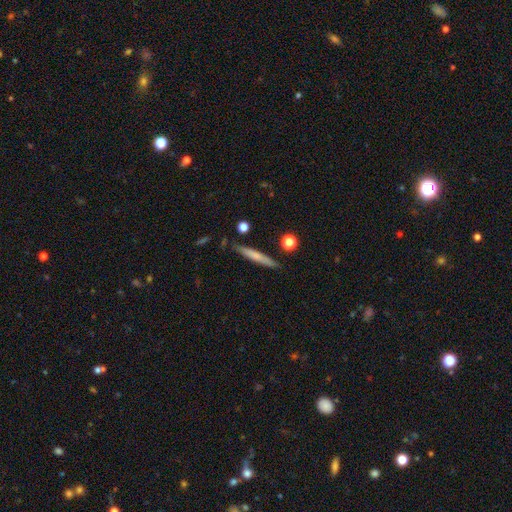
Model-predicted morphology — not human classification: This is likely a smooth galaxy (65%). How rounded: clearly cigar-shaped (94%). Merging: clearly none (85%).